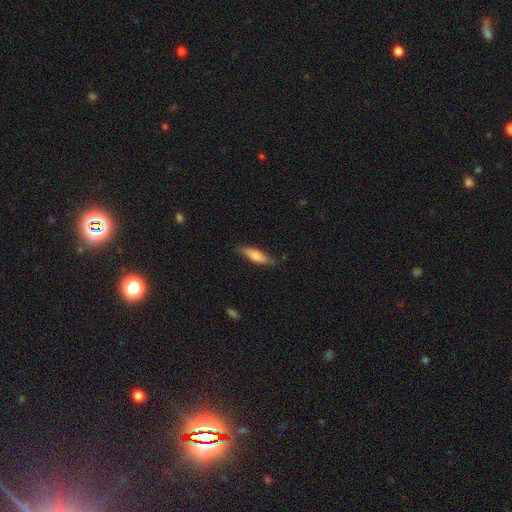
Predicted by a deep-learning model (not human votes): Q: Smooth or featured?
A: smooth (73%); runner-up: featured or disk (21%)
Q: How rounded?
A: cigar-shaped (64%); runner-up: in between (34%)
Q: Merging?
A: none (78%); runner-up: minor disturbance (17%)